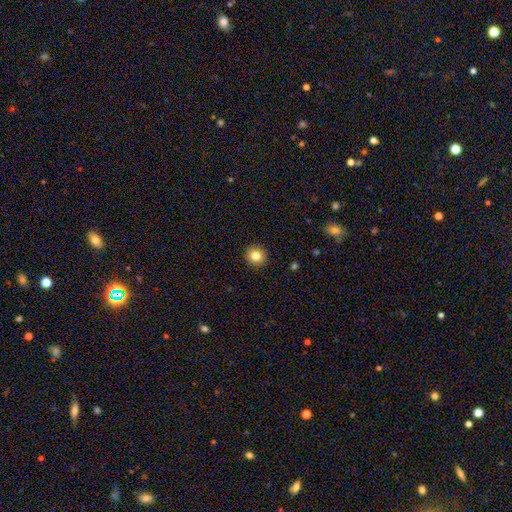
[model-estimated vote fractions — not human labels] This appears to be a smooth galaxy with no disk features (81%) that is round (91%). Merging: none (92%).